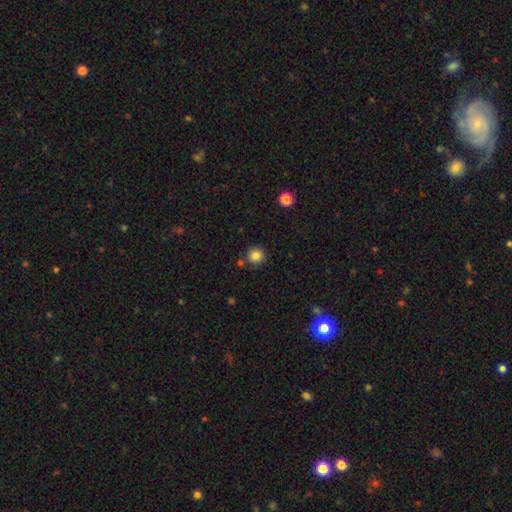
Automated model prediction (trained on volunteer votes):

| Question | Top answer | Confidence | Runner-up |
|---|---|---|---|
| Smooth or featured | smooth | 84% | star or artifact (11%) |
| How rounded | round | 94% | in between (5%) |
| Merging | none | 83% | minor disturbance (9%) |